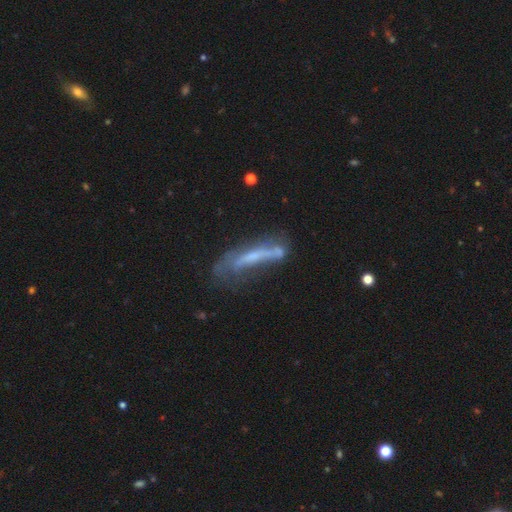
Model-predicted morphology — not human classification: Smooth or featured? Predicted: featured or disk (p=0.56). Edge-on disk? Predicted: yes (p=0.53). Merging? Predicted: none (p=0.37).